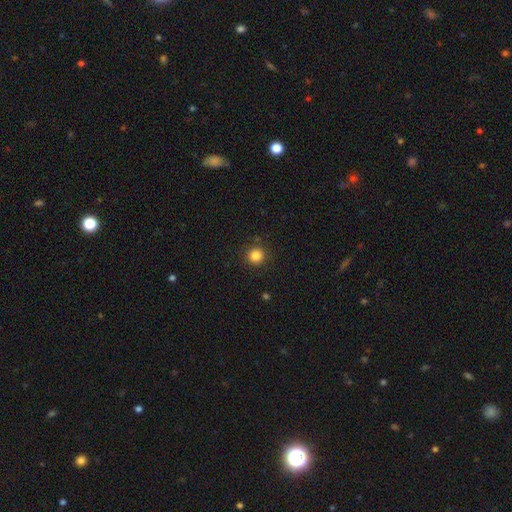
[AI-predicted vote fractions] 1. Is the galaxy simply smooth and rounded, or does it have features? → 84% smooth, 12% star or artifact, 4% featured or disk.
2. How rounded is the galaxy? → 94% round, 5% in between, 1% cigar-shaped.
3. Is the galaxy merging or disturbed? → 90% none, 6% minor disturbance, 2% major disturbance, 2% merger.